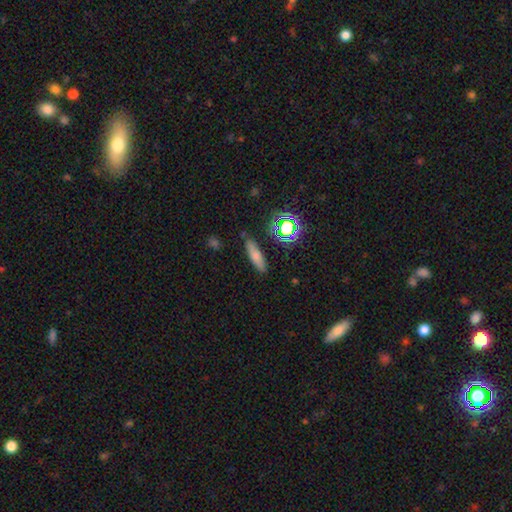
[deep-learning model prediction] This appears to be a smooth galaxy with no disk features (69%) that is cigar-shaped (61%). Merging: none (84%).